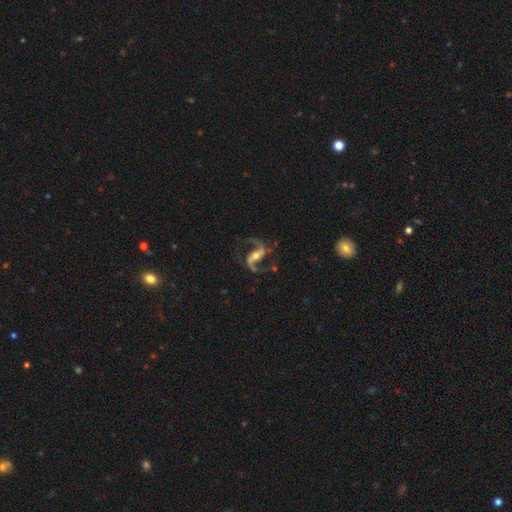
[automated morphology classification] Q: Smooth or featured?
A: featured or disk (91%); runner-up: star or artifact (5%)
Q: Edge-on disk?
A: no (97%); runner-up: yes (3%)
Q: Bar?
A: strong (44%); runner-up: weak (33%)
Q: Spiral arms?
A: yes (98%); runner-up: no (2%)
Q: Spiral winding?
A: loose (51%); runner-up: medium (42%)
Q: Spiral arm count?
A: 2 (93%); runner-up: 1 (2%)
Q: Bulge size?
A: moderate (60%); runner-up: small (30%)
Q: Merging?
A: none (75%); runner-up: minor disturbance (13%)